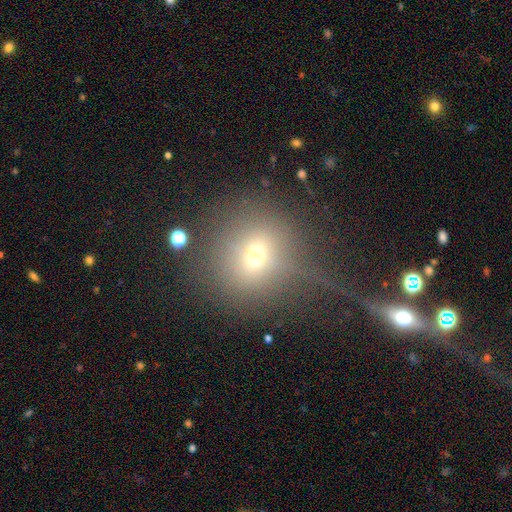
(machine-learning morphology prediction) A smooth galaxy with no disk features (60%) that is round (83%).

Vote fractions:
- Smooth or featured? smooth: 60% / star or artifact: 22% / featured or disk: 18%
- How rounded? round: 83% / in between: 15% / cigar-shaped: 2%
- Merging? none: 57% / major disturbance: 19% / minor disturbance: 14% / merger: 10%